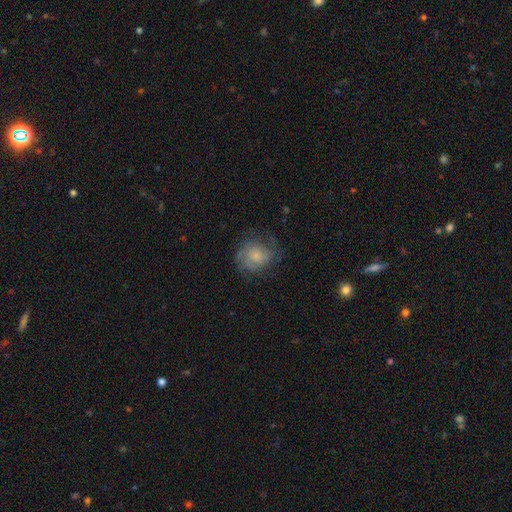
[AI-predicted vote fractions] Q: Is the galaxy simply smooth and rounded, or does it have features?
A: featured or disk — 46%.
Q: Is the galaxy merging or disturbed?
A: none — 62%.